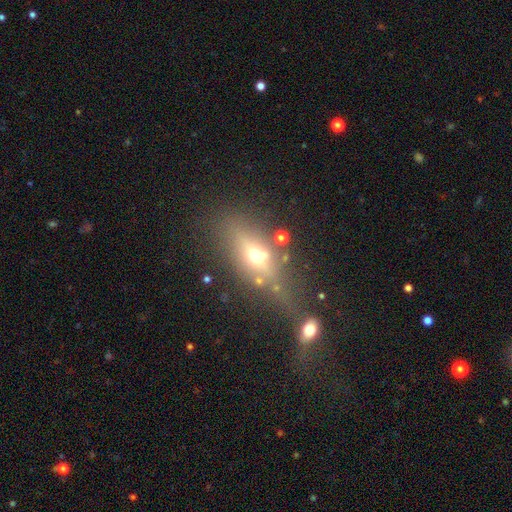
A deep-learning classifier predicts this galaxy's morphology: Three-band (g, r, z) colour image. It shows a featured or disk galaxy (45%). Merging: none (57%).